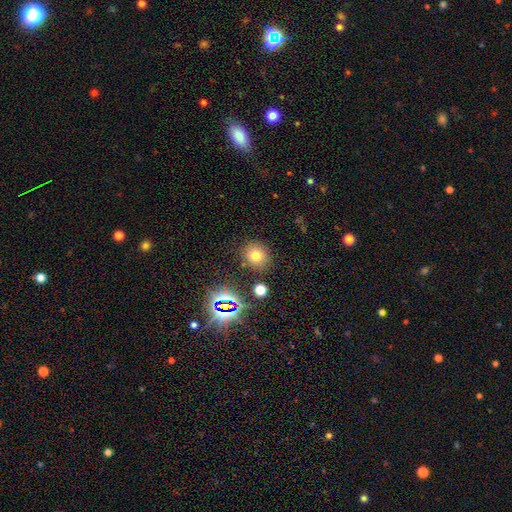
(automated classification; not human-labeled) A smooth galaxy with no disk features (70%) that is round (80%). Merging: none (83%).